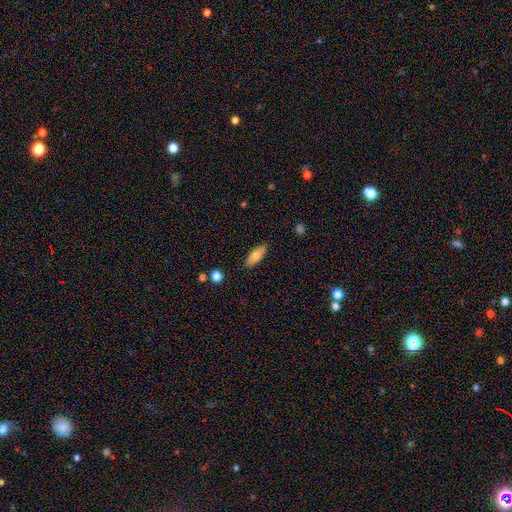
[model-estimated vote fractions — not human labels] This appears to be a smooth galaxy with no disk features (71%) that is in between round and cigar-shaped (68%). Merging: none (86%).